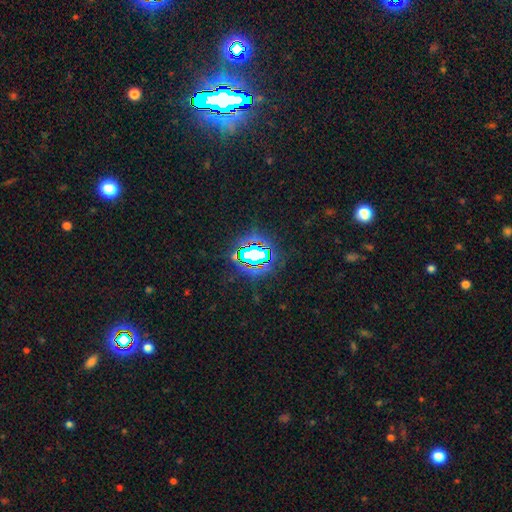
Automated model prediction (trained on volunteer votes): smooth-or-featured: star or artifact: 73% | smooth: 16% | featured or disk: 12%